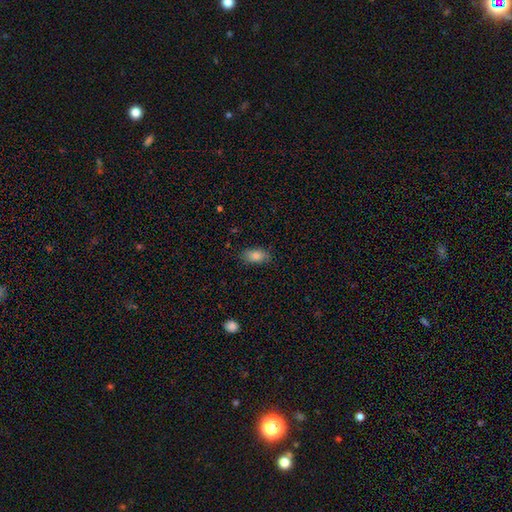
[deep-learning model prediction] Smooth or featured?
  - smooth: 82% *
  - star or artifact: 9%
  - featured or disk: 8%
How rounded?
  - in between: 87% *
  - round: 7%
  - cigar-shaped: 5%
Merging?
  - none: 81% *
  - minor disturbance: 15%
  - major disturbance: 3%
  - merger: 1%